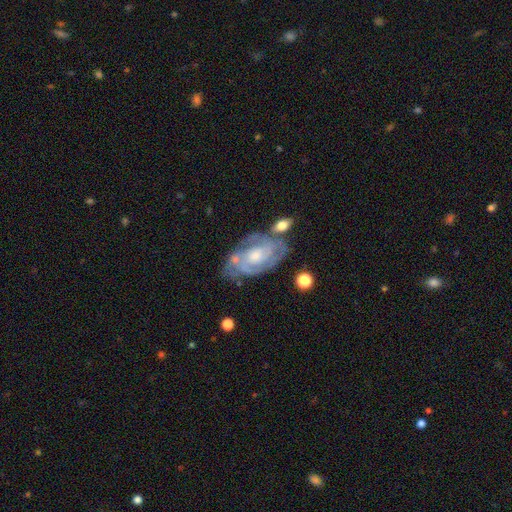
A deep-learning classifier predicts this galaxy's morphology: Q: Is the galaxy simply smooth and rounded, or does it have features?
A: featured or disk — 84%.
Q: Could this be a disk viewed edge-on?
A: no — 95%.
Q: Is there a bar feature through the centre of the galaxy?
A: no — 67%.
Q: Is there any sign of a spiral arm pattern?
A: yes — 94%.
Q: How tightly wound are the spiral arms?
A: tight — 64%.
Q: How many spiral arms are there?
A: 2 — 39%.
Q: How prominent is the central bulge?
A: small — 46%.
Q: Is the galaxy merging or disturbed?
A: none — 63%.